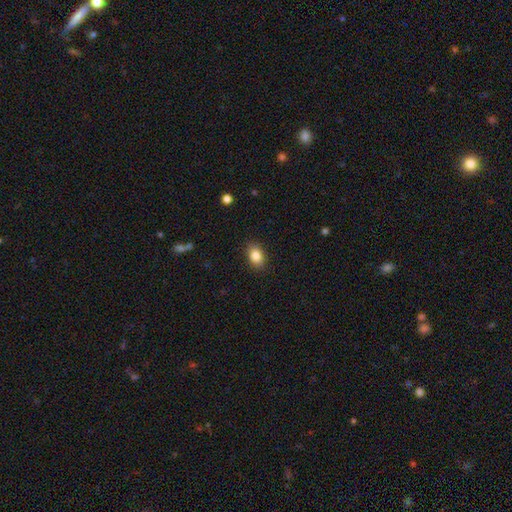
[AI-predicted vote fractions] Q: Smooth or featured?
A: smooth (86%); runner-up: star or artifact (8%)
Q: How rounded?
A: in between (81%); runner-up: round (18%)
Q: Merging?
A: none (88%); runner-up: minor disturbance (8%)